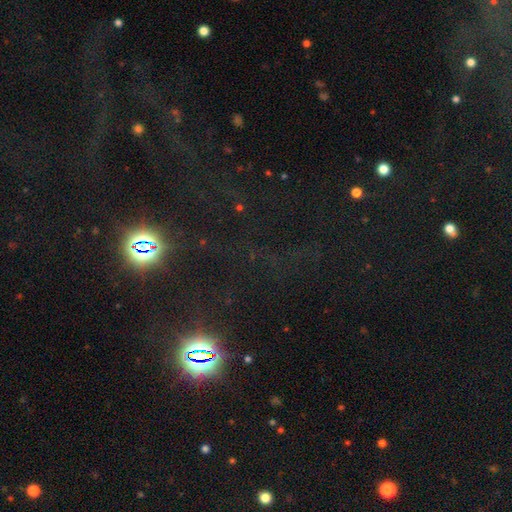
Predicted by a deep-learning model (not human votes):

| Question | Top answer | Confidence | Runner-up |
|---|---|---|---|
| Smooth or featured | star or artifact | 77% | smooth (14%) |